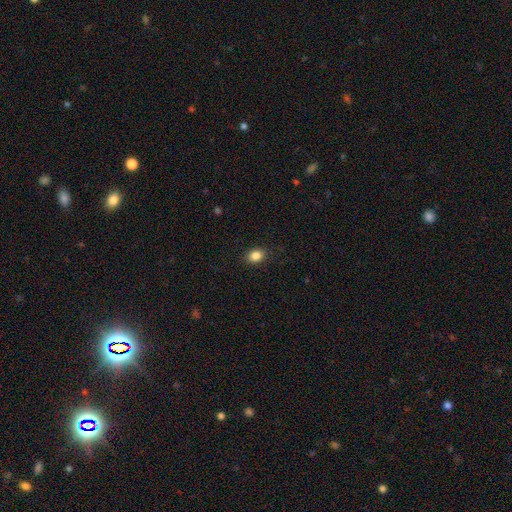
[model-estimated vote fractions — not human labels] This is clearly a smooth galaxy (85%). How rounded: likely in between (64%). Merging: clearly none (88%).